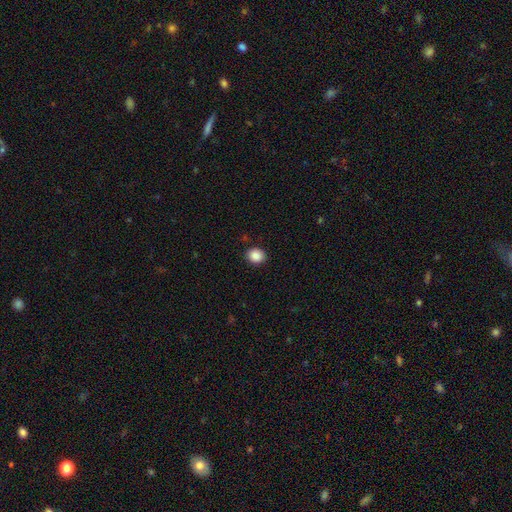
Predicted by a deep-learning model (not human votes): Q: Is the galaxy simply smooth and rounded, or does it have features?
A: smooth — 88%.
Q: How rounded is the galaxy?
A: round — 66%.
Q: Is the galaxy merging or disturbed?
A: none — 89%.